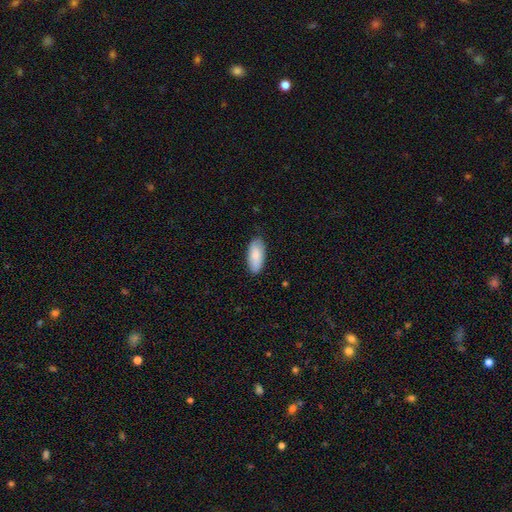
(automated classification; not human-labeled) Smooth or featured?
  - smooth: 83% *
  - featured or disk: 11%
  - star or artifact: 6%
How rounded?
  - in between: 88% *
  - cigar-shaped: 10%
  - round: 2%
Merging?
  - none: 82% *
  - minor disturbance: 15%
  - major disturbance: 2%
  - merger: 1%